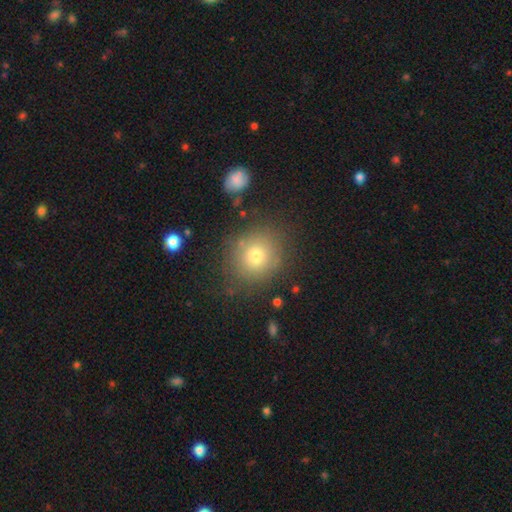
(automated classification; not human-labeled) A smooth galaxy with no disk features (74%) that is round (81%).

Vote fractions:
- Smooth or featured? smooth: 74% / star or artifact: 14% / featured or disk: 12%
- How rounded? round: 81% / in between: 18% / cigar-shaped: 1%
- Merging? none: 79% / minor disturbance: 12% / major disturbance: 5% / merger: 3%